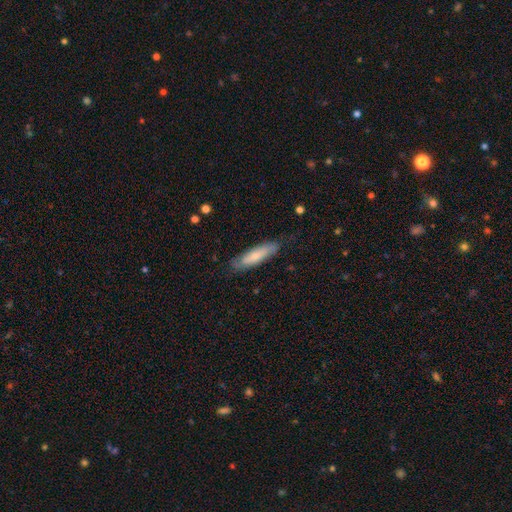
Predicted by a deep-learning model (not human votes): A smooth galaxy with no disk features (68%) that is cigar-shaped (72%). Merging: none (79%).